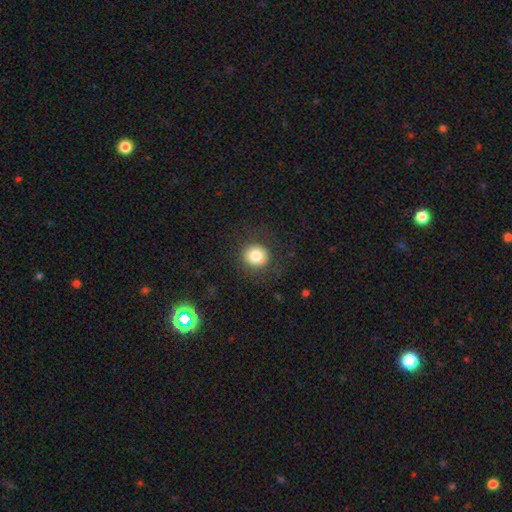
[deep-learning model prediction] A smooth galaxy with no disk features (81%) that is round (86%). Merging: none (85%).